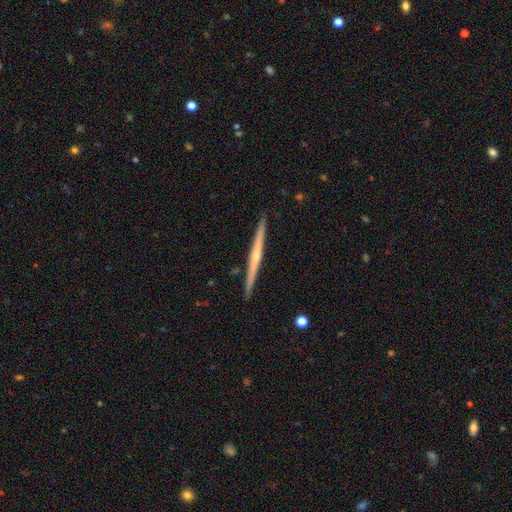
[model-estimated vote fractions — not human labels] This appears to be a featured or disk galaxy (72%) viewed edge-on (98%) with a rounded central bulge (50%). Merging: none (92%).